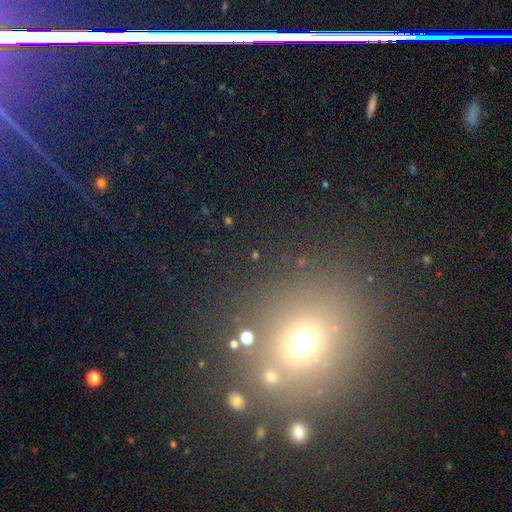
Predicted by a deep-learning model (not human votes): A star or artifact, not a galaxy (52%).

Vote fractions:
- Smooth or featured? star or artifact: 52% / smooth: 37% / featured or disk: 11%